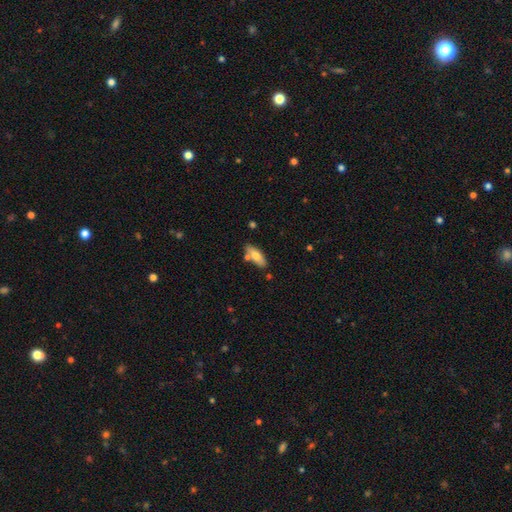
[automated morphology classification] This is likely a smooth galaxy (73%). How rounded: likely in between (71%). Merging: likely none (75%).